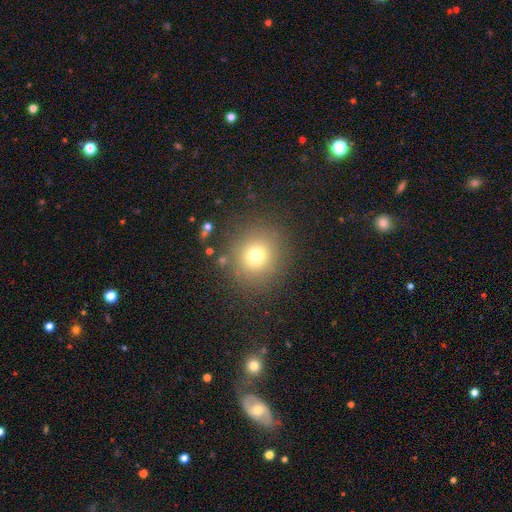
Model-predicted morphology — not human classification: smooth-or-featured: smooth: 72% | star or artifact: 17% | featured or disk: 11%
  how-rounded: round: 91% | in between: 8% | cigar-shaped: 1%
  merging: none: 85% | minor disturbance: 8% | major disturbance: 5% | merger: 2%